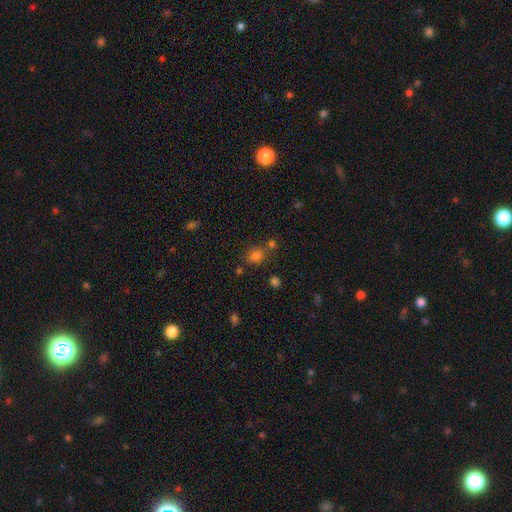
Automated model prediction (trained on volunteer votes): The model was most divided on "how rounded": round: 68%, in between: 30%, cigar-shaped: 1%. More confident: smooth or featured — smooth (74%); merging — none (65%).